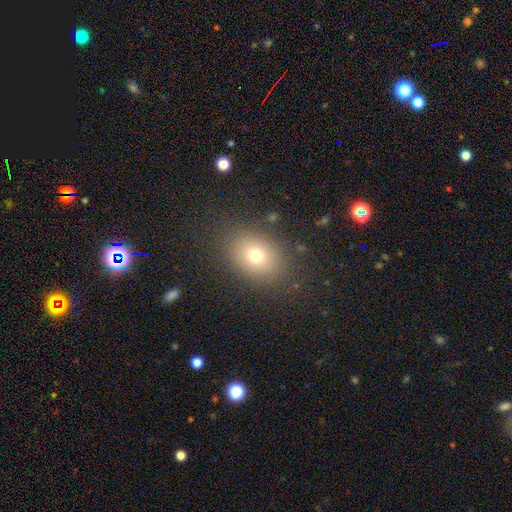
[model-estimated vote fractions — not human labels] A smooth galaxy with no disk features (72%) that is in between round and cigar-shaped (60%). Merging: none (84%).